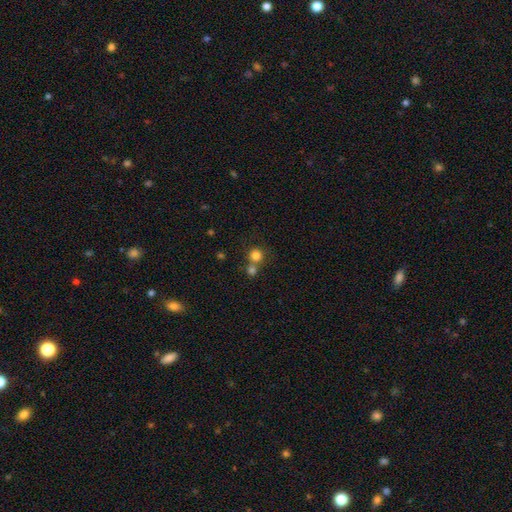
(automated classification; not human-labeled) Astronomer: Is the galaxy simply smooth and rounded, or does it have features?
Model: smooth — 80%.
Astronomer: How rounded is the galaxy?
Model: round — 92%.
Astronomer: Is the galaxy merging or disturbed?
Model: none — 54% (runner-up: merger, 36%).